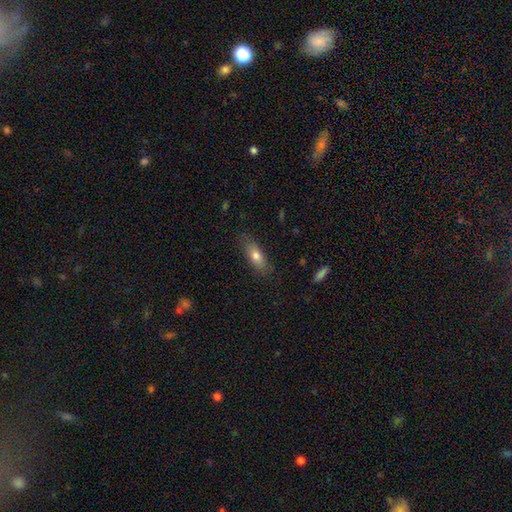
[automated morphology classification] This is likely a smooth galaxy (73%). How rounded: likely in between (65%). Merging: likely none (78%).